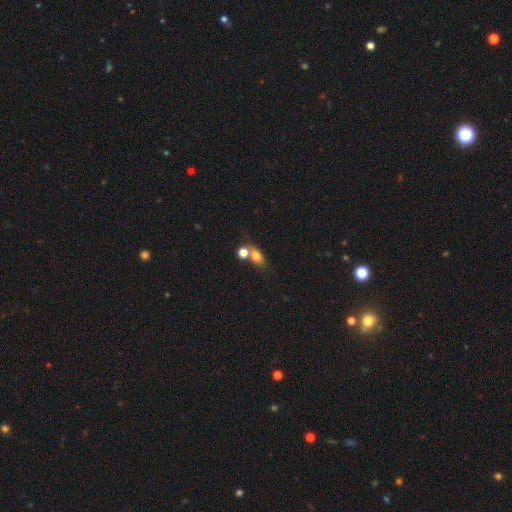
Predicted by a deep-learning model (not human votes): Q: Smooth or featured?
A: smooth (74%); runner-up: featured or disk (14%)
Q: How rounded?
A: in between (68%); runner-up: round (27%)
Q: Merging?
A: none (42%); runner-up: merger (41%)